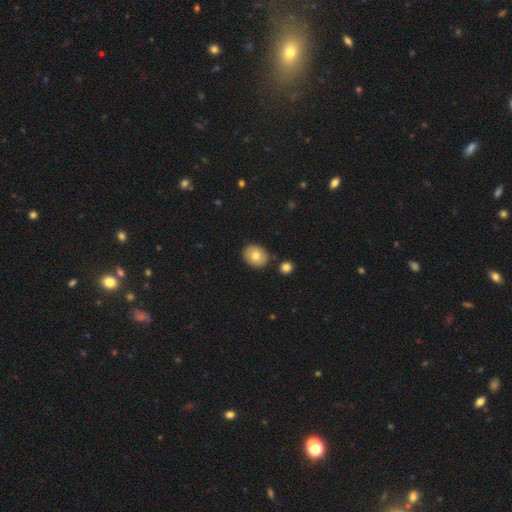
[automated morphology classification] type=smooth (77%); roundness=round (54%); merging=none (83%).